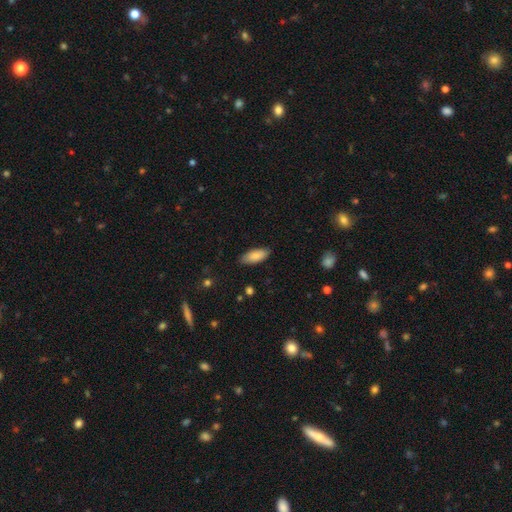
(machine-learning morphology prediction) smooth_or_featured: smooth (p=0.84) [alt: featured or disk p=0.09]
how_rounded: in between (p=0.83) [alt: cigar-shaped p=0.15]
merging: none (p=0.84) [alt: minor disturbance p=0.13]